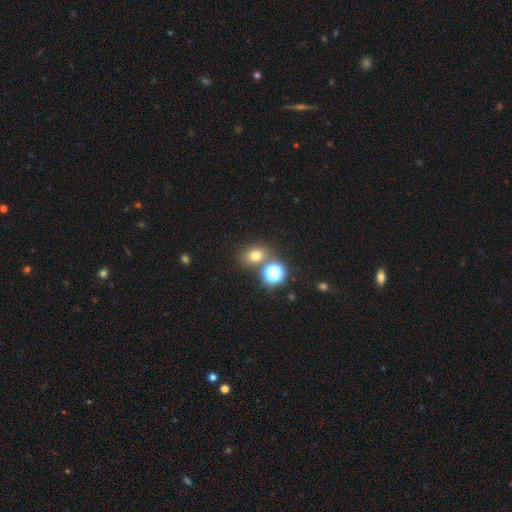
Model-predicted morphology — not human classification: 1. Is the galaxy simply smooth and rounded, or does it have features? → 71% smooth, 21% star or artifact, 8% featured or disk.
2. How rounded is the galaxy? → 54% round, 45% in between, 1% cigar-shaped.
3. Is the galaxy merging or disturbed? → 71% none, 16% merger, 10% minor disturbance, 4% major disturbance.